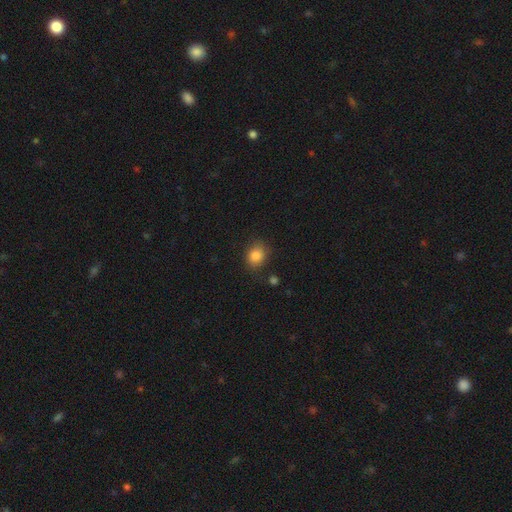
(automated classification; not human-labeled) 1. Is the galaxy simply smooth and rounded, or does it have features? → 84% smooth, 10% star or artifact, 5% featured or disk.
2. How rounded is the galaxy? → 63% round, 36% in between, 1% cigar-shaped.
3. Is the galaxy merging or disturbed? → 80% none, 13% minor disturbance, 4% major disturbance, 3% merger.